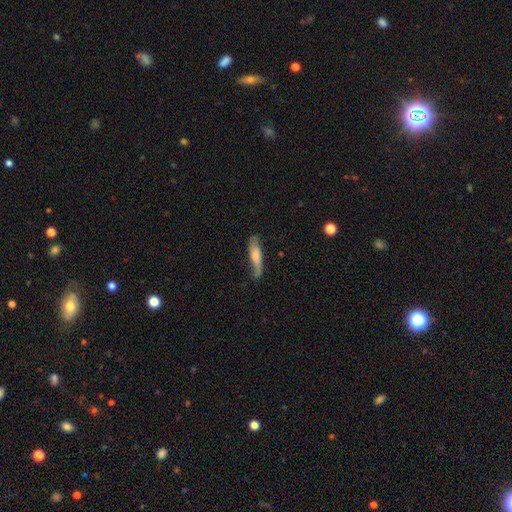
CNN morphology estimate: Smooth or featured? smooth (59%)
How rounded? cigar-shaped (76%)
Merging? none (65%)